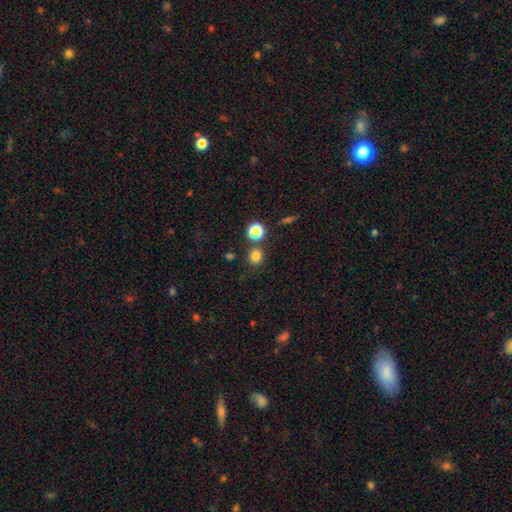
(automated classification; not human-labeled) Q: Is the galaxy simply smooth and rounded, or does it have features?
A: smooth — 80%.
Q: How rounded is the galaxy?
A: round — 77%.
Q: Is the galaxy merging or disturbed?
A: none — 77%.